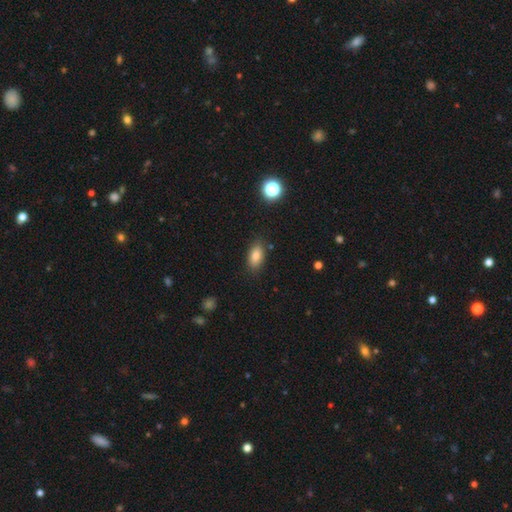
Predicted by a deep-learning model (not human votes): Smooth or featured?
  - smooth: 83% *
  - star or artifact: 10%
  - featured or disk: 8%
How rounded?
  - in between: 89% *
  - round: 6%
  - cigar-shaped: 5%
Merging?
  - none: 84% *
  - minor disturbance: 11%
  - major disturbance: 3%
  - merger: 2%